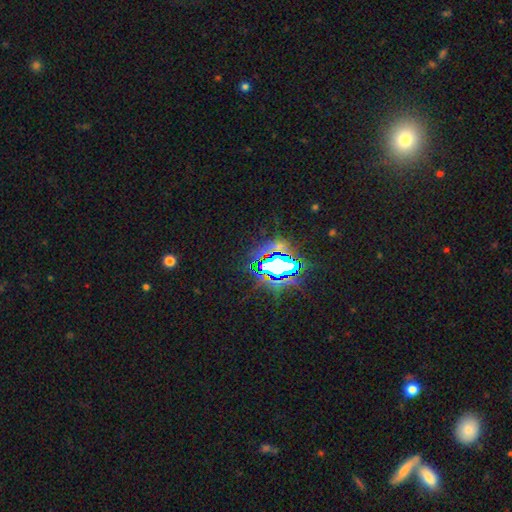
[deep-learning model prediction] The model was most divided on "smooth or featured": star or artifact: 82%, smooth: 11%, featured or disk: 7%.